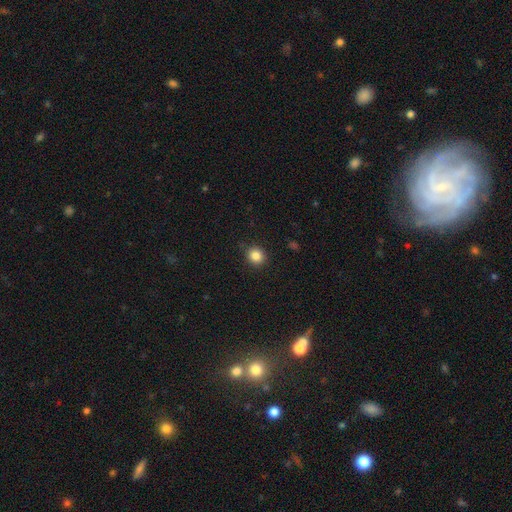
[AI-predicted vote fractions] Smooth or featured?
  - smooth: 85% *
  - star or artifact: 11%
  - featured or disk: 4%
How rounded?
  - round: 84% *
  - in between: 15%
  - cigar-shaped: 1%
Merging?
  - none: 89% *
  - minor disturbance: 7%
  - major disturbance: 2%
  - merger: 1%